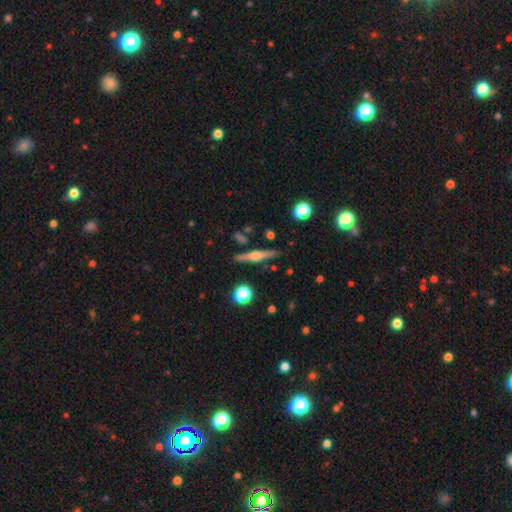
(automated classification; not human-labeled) A featured or disk galaxy (72%) viewed edge-on (98%) with a rounded central bulge (91%). Merging: none (88%).